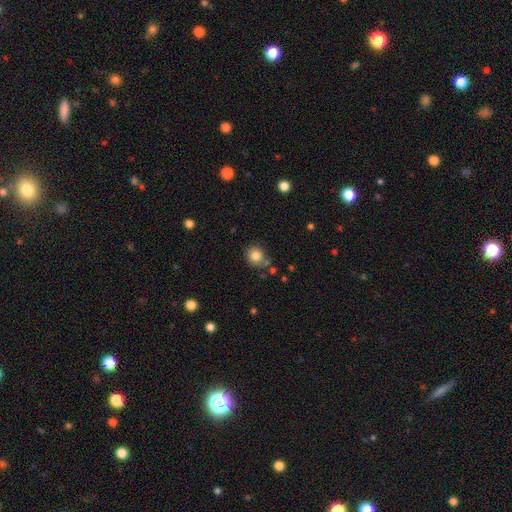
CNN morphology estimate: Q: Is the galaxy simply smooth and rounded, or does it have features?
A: smooth — 82%.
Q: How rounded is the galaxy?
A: round — 84%.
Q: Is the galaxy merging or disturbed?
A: none — 71%.